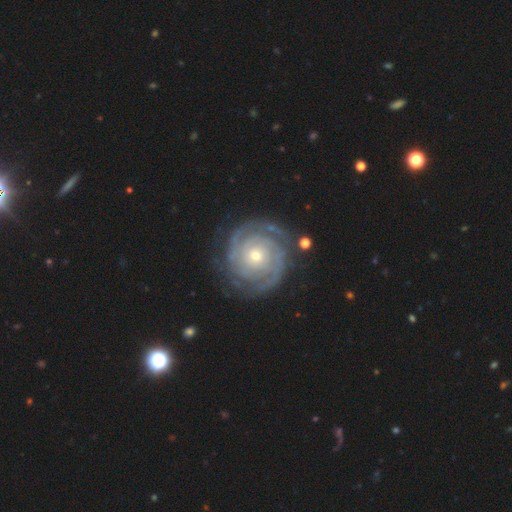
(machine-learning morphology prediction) This is clearly a featured or disk galaxy (91%). It is clearly not viewed edge-on (98%). Bar: clearly no (80%). Spiral arm pattern: clearly yes (98%). Spiral arm count: marginally 2 (41%). Spiral winding: clearly tight (84%). Central bulge: likely small (66%). Merging: likely none (80%).